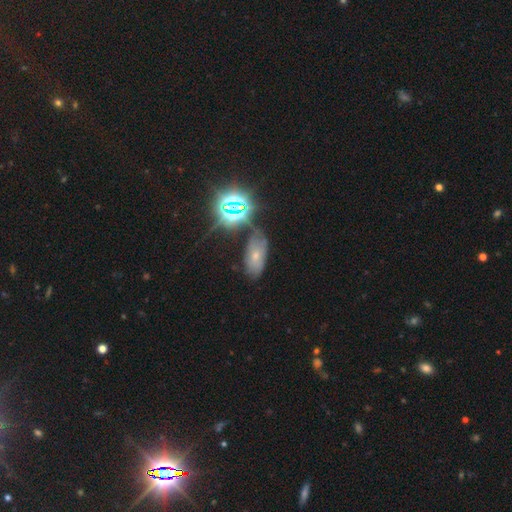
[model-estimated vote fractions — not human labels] This is marginally a smooth galaxy (39%). Merging: likely none (62%).